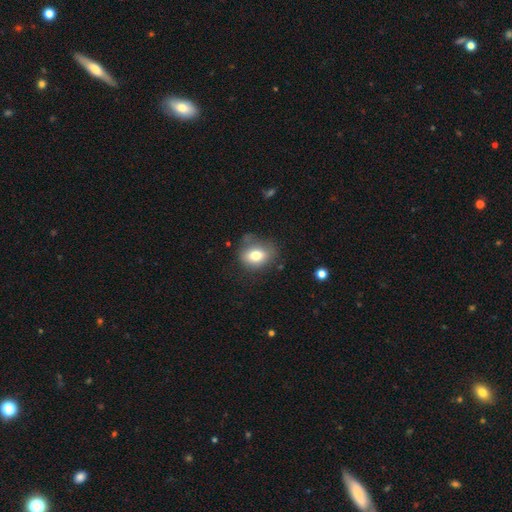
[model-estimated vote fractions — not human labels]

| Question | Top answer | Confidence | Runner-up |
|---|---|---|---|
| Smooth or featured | smooth | 76% | featured or disk (15%) |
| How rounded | in between | 61% | round (38%) |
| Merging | none | 64% | minor disturbance (24%) |